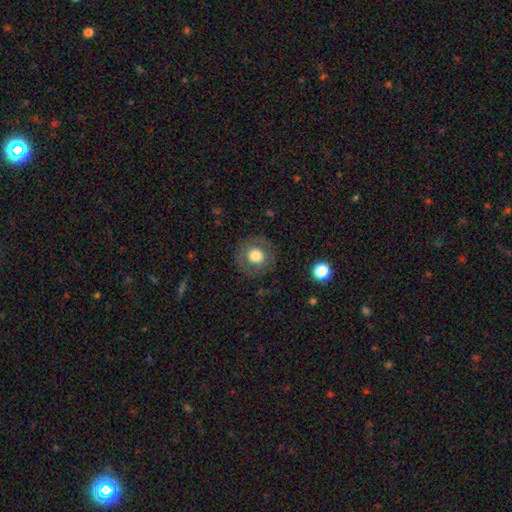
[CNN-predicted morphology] The model was most divided on "smooth or featured": smooth: 70%, featured or disk: 20%, star or artifact: 9%. More confident: how rounded — round (93%); merging — none (84%).